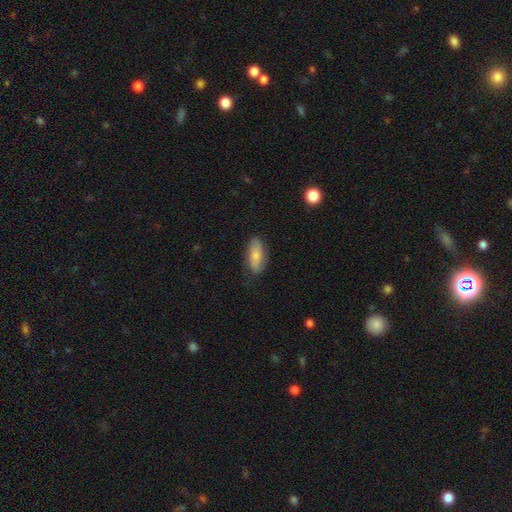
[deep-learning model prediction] Smooth or featured? smooth (77%)
How rounded? in between (83%)
Merging? none (79%)